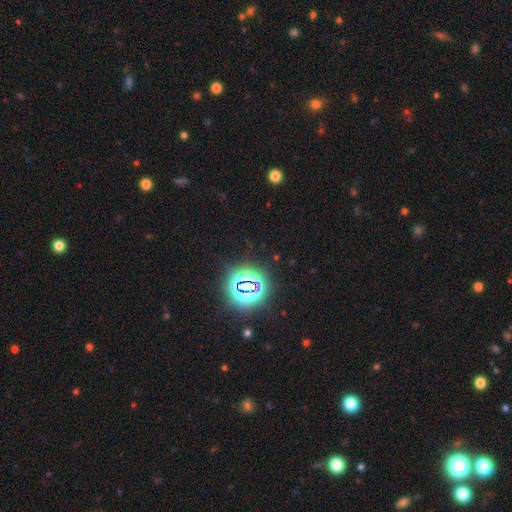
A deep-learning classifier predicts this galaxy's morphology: Overall: star or artifact (78%).